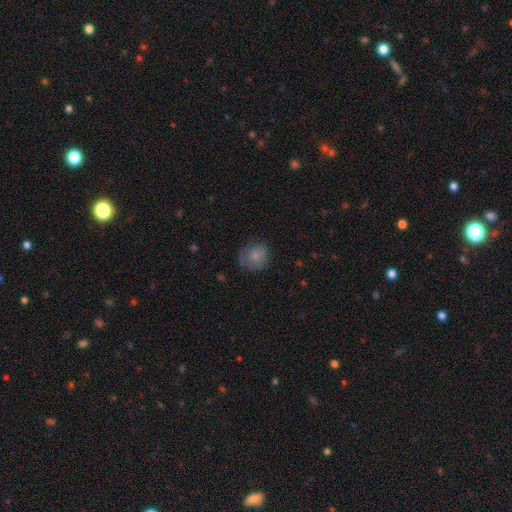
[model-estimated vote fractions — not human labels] This appears to be a smooth galaxy with no disk features (78%) that is round (78%). Merging: none (67%).